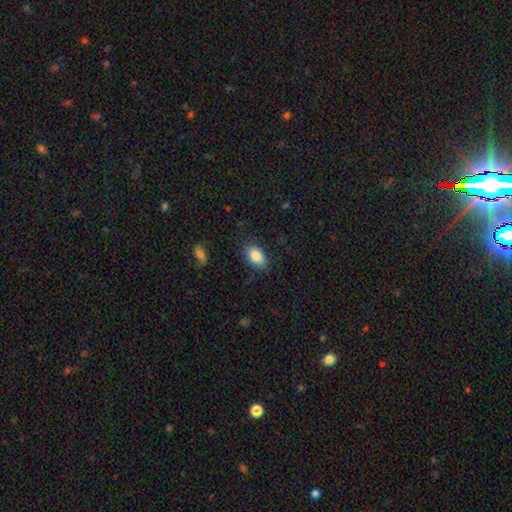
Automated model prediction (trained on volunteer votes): Smooth or featured: smooth — 85% (star or artifact — 8%)
How rounded: in between — 91% (round — 6%)
Merging: none — 81% (minor disturbance — 14%)